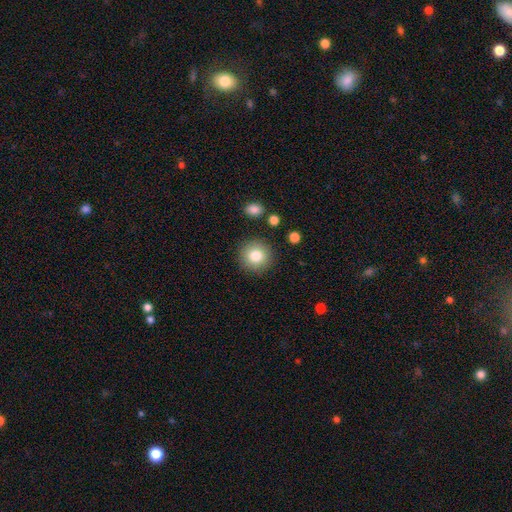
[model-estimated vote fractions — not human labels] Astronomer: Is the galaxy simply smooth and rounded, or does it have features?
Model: smooth — 81%.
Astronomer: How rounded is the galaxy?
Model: round — 94%.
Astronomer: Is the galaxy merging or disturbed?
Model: none — 88%.